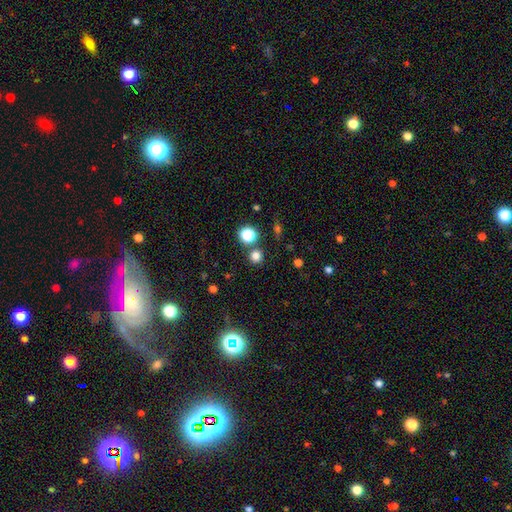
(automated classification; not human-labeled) Smooth or featured?
  - smooth: 77% *
  - star or artifact: 18%
  - featured or disk: 5%
How rounded?
  - round: 93% *
  - in between: 6%
  - cigar-shaped: 1%
Merging?
  - none: 81% *
  - merger: 10%
  - minor disturbance: 7%
  - major disturbance: 3%